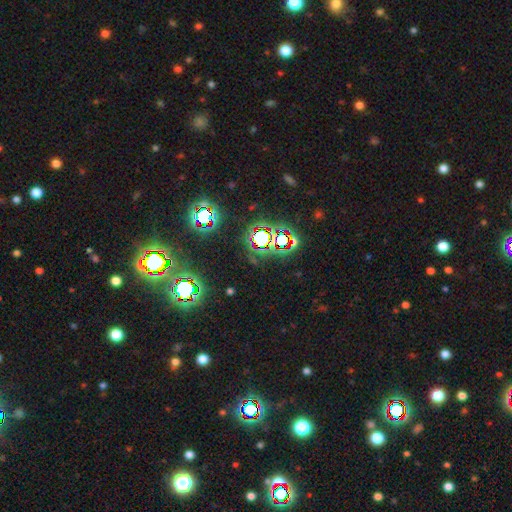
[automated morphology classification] Smooth or featured? star or artifact (79%)